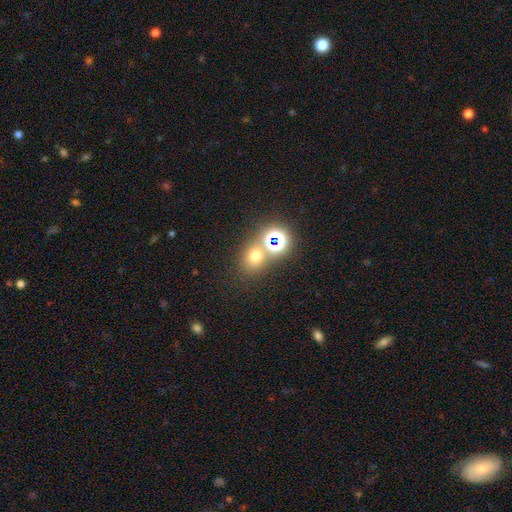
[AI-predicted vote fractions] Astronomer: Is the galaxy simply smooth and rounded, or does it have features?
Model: smooth — 59%.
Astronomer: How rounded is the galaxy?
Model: round — 70%.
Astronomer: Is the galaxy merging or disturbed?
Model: none — 61%.